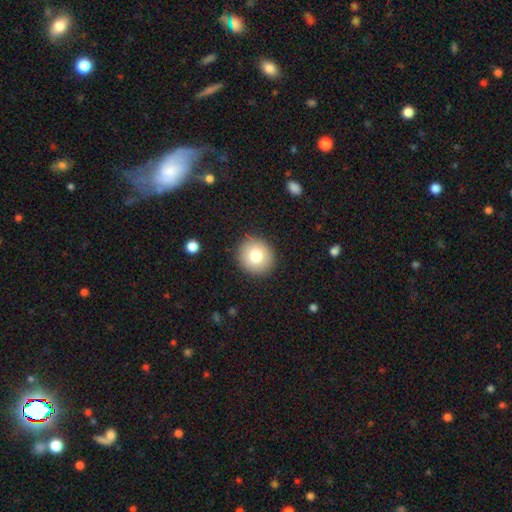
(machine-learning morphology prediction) type=smooth (78%); roundness=round (89%); merging=none (90%).